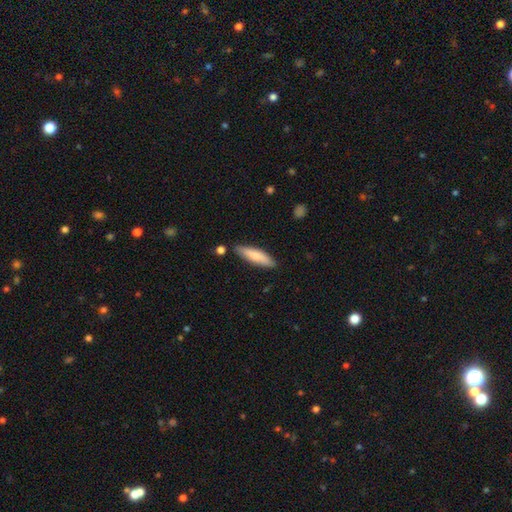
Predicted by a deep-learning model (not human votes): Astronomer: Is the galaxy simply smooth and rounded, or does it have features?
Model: smooth — 77%.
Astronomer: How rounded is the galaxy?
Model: cigar-shaped — 70%.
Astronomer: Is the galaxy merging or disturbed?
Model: none — 81%.